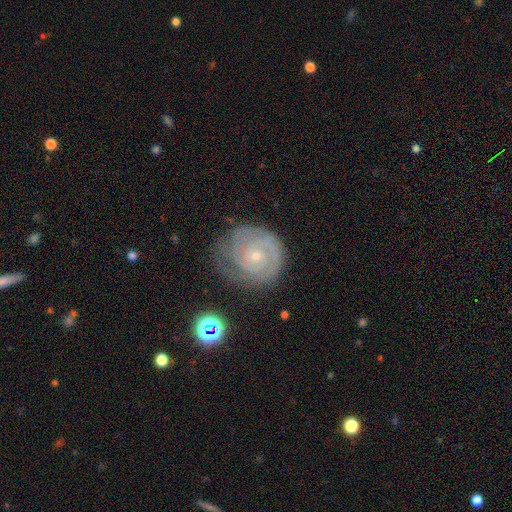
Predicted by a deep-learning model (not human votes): smooth_or_featured: featured or disk (p=0.80) [alt: smooth p=0.13]
disk_edge_on: no (p=0.98) [alt: yes p=0.02]
bar: no (p=0.77) [alt: weak p=0.20]
has_spiral_arms: yes (p=0.94) [alt: no p=0.06]
spiral_winding: tight (p=0.76) [alt: medium p=0.20]
spiral_arm_count: 2 (p=0.38) [alt: can't tell p=0.30]
bulge_size: small (p=0.73) [alt: moderate p=0.23]
merging: none (p=0.65) [alt: minor disturbance p=0.23]